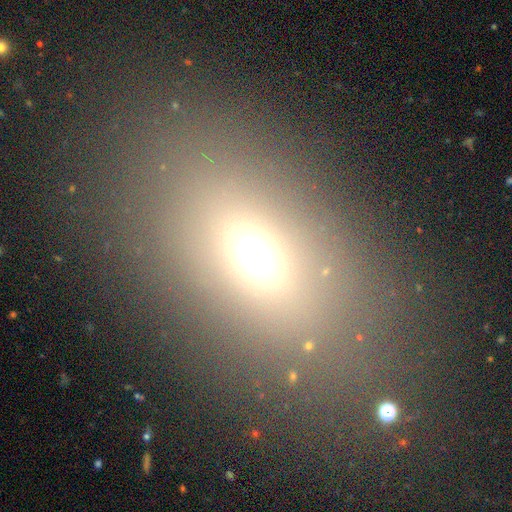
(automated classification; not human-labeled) Smooth or featured: smooth — 63% (star or artifact — 21%)
How rounded: in between — 82% (round — 15%)
Merging: none — 78% (minor disturbance — 11%)